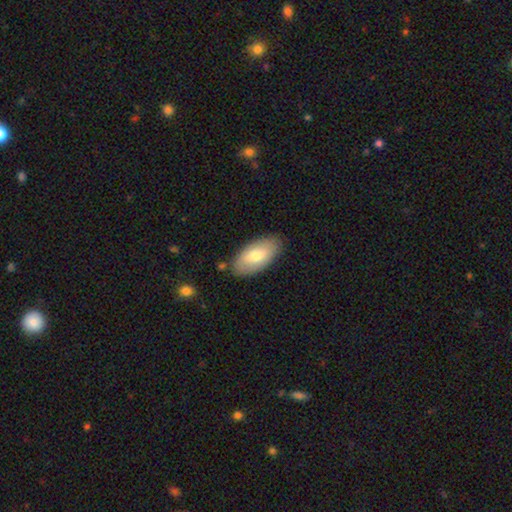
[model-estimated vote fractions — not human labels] Overall: smooth (69%). How rounded: in between (94%). Merging: none (82%).